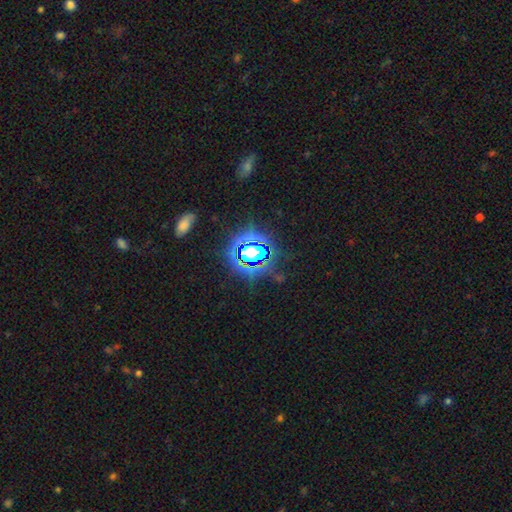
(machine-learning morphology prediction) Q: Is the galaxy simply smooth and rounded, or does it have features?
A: star or artifact — 77%.